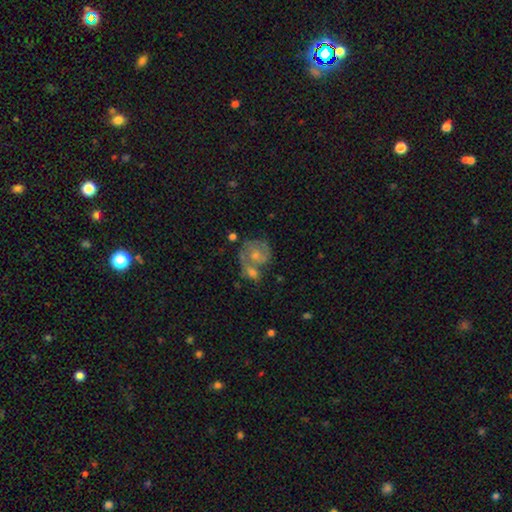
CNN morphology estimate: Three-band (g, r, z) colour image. It shows a featured or disk galaxy (70%) with no bar (72%), 2 (55%) tight (52%) spiral arms (80%) and a moderate central bulge (49%). Merging: none (50%).